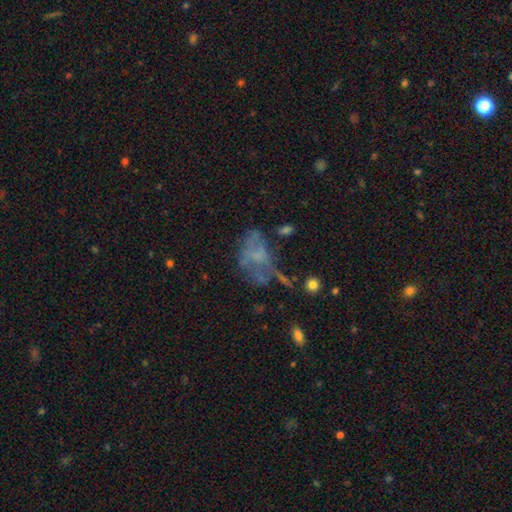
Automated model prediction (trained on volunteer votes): smooth-or-featured: featured or disk: 47% | smooth: 35% | star or artifact: 18%
  merging: major disturbance: 38% | none: 30% | minor disturbance: 20% | merger: 11%